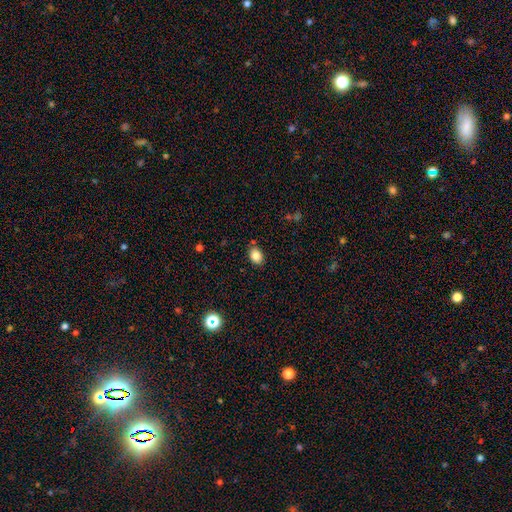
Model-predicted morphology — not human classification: Smooth or featured: smooth — 84% (star or artifact — 10%)
How rounded: in between — 71% (round — 28%)
Merging: none — 81% (minor disturbance — 13%)